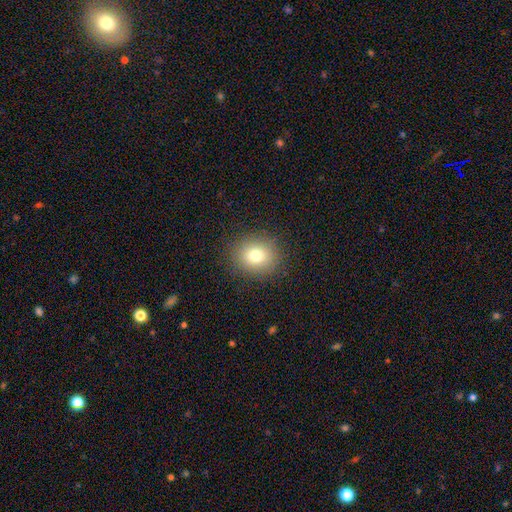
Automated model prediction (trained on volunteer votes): Smooth or featured? Predicted: smooth (p=0.77). How rounded? Predicted: round (p=0.78). Merging? Predicted: none (p=0.89).